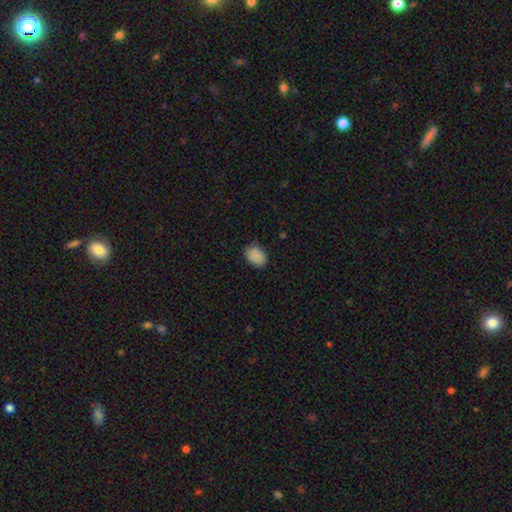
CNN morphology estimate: Smooth or featured? Predicted: smooth (p=0.89). How rounded? Predicted: in between (p=0.76). Merging? Predicted: none (p=0.85).